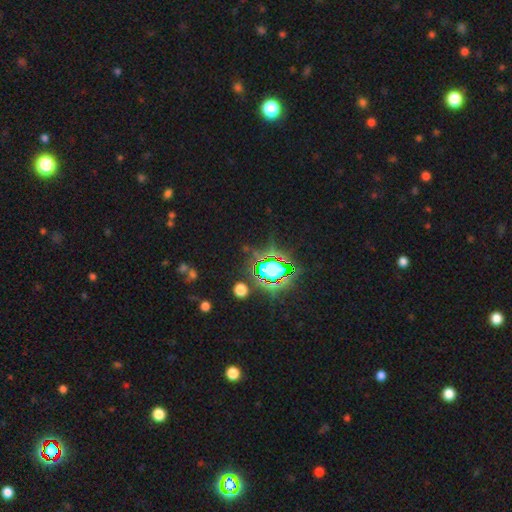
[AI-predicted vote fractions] Overall: star or artifact (79%).